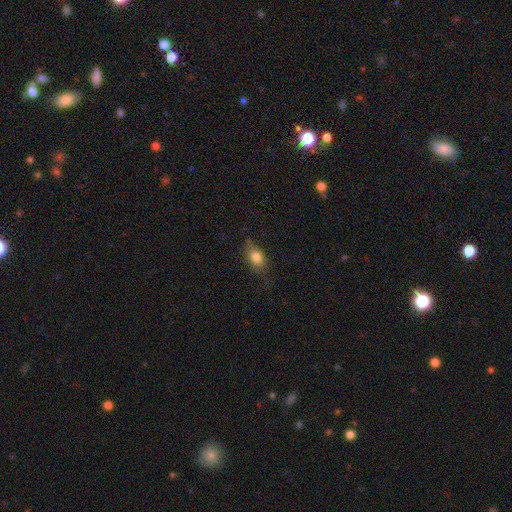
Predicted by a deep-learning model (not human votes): This is likely a smooth galaxy (78%). How rounded: likely in between (77%). Merging: likely none (73%).